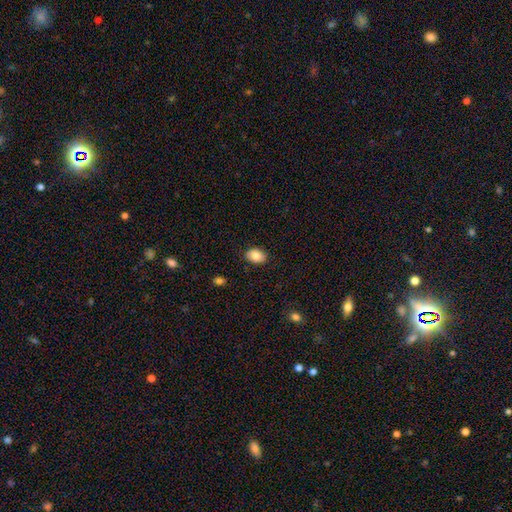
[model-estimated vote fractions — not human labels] Overall: smooth (85%). How rounded: in between (77%). Merging: none (87%).